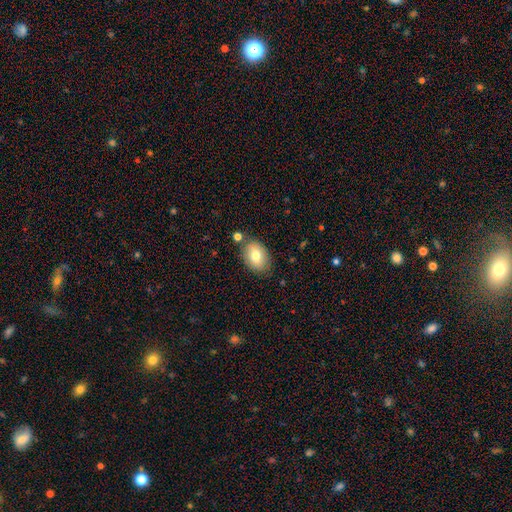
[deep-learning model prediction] Smooth or featured: smooth — 75% (featured or disk — 17%)
How rounded: in between — 84% (round — 15%)
Merging: none — 77% (minor disturbance — 13%)